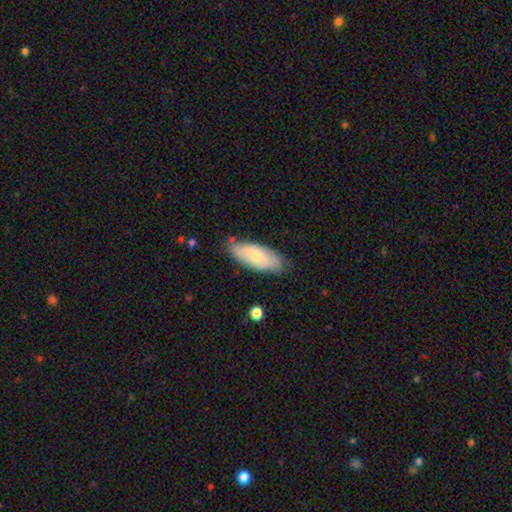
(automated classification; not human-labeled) smooth_or_featured: smooth (p=0.62) [alt: featured or disk p=0.32]
how_rounded: in between (p=0.80) [alt: cigar-shaped p=0.18]
merging: none (p=0.71) [alt: minor disturbance p=0.23]